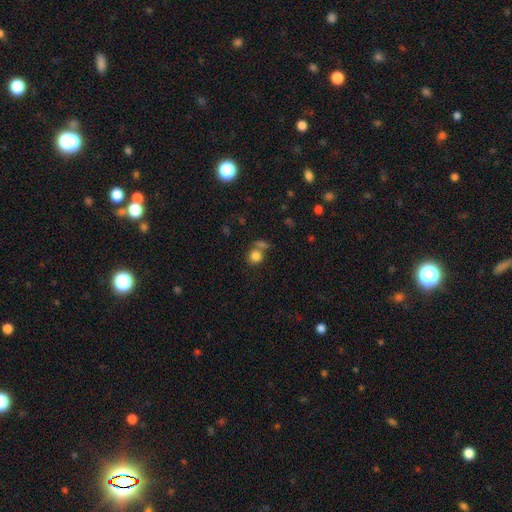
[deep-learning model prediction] Smooth or featured?
  - smooth: 82% *
  - star or artifact: 11%
  - featured or disk: 7%
How rounded?
  - round: 81% *
  - in between: 18%
  - cigar-shaped: 1%
Merging?
  - none: 53% *
  - merger: 29%
  - minor disturbance: 12%
  - major disturbance: 6%